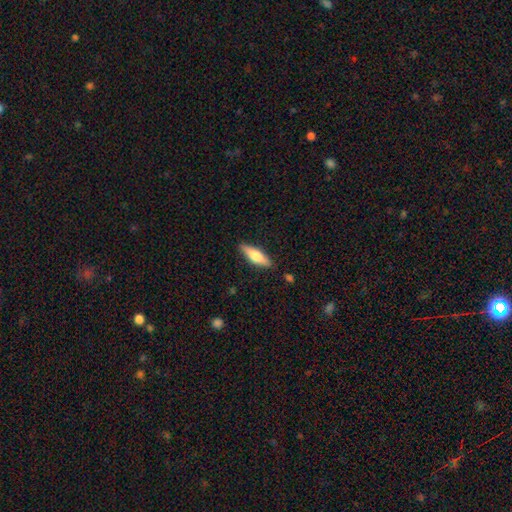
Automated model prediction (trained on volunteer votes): Q: Smooth or featured?
A: smooth (63%); runner-up: featured or disk (31%)
Q: How rounded?
A: cigar-shaped (51%); runner-up: in between (47%)
Q: Merging?
A: none (86%); runner-up: minor disturbance (11%)